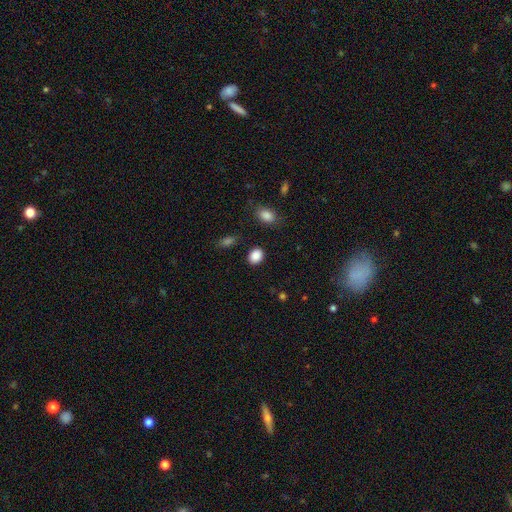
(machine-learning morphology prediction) A smooth galaxy with no disk features (88%) that is in between round and cigar-shaped (53%).

Vote fractions:
- Smooth or featured? smooth: 88% / star or artifact: 9% / featured or disk: 3%
- How rounded? in between: 53% / round: 46% / cigar-shaped: 1%
- Merging? none: 87% / minor disturbance: 8% / major disturbance: 3% / merger: 2%